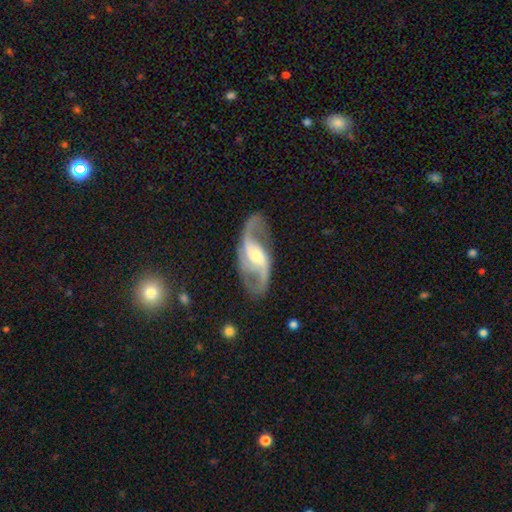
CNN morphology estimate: This is clearly a featured or disk galaxy (90%). It is clearly not viewed edge-on (96%). Bar: marginally weak (41%). Spiral arm pattern: clearly yes (97%). Spiral arm count: clearly 2 (91%). Spiral winding: possibly loose (53%). Central bulge: possibly small (51%). Merging: likely none (77%).